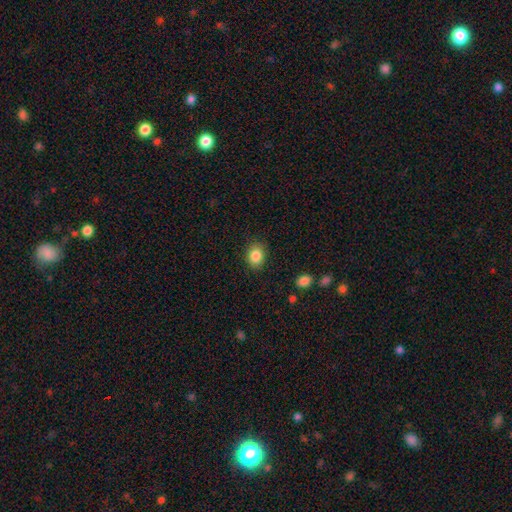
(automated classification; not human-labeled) smooth-or-featured: smooth: 86% | star or artifact: 9% | featured or disk: 5%
  how-rounded: round: 51% | in between: 48% | cigar-shaped: 1%
  merging: none: 86% | minor disturbance: 10% | major disturbance: 3% | merger: 1%